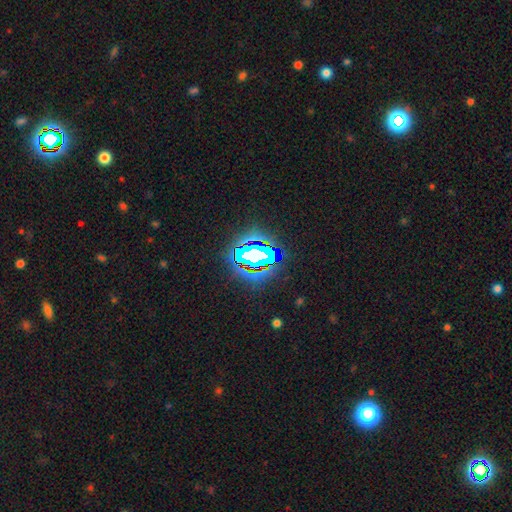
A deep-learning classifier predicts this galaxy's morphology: This is likely a star or artifact rather than a galaxy (67%).